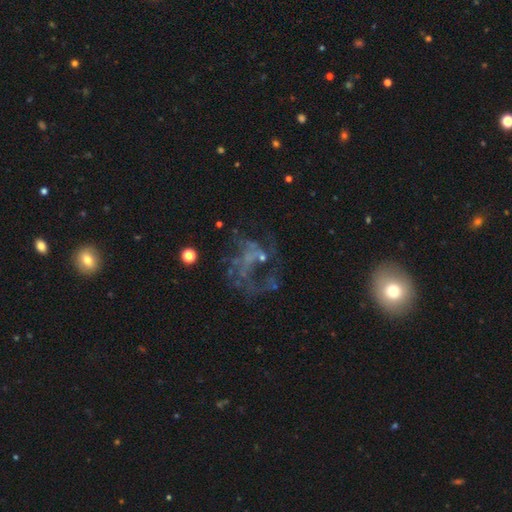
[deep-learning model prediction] featured or disk 60%, star or artifact 25%, smooth 15%. Down the decision tree: edge-on disk — no (97%); bar — no (80%); spiral arms — no (59%); bulge size — none (68%); merging — major disturbance (43%).